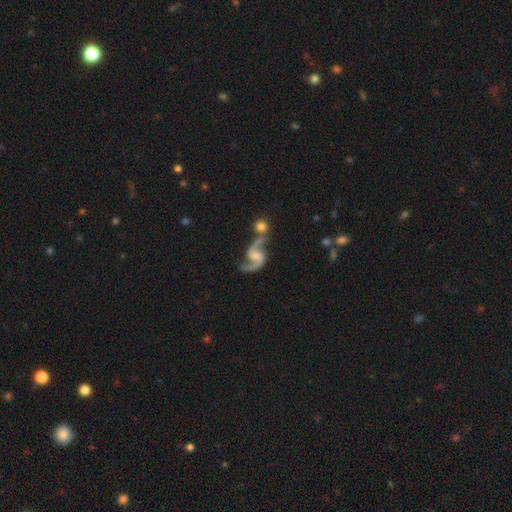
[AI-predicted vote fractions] smooth-or-featured: featured or disk: 91% | smooth: 5% | star or artifact: 4%
  disk-edge-on: no: 98% | yes: 2%
    bar: weak: 45% | no: 40% | strong: 15%
    has-spiral-arms: yes: 97% | no: 3%
      spiral-winding: loose: 60% | medium: 34% | tight: 6%
      spiral-arm-count: 2: 93% | 1: 2% | can't tell: 1% | 3: 1% | 4: 1% | more than 4: 1%
    bulge-size: none: 38% | small: 27% | moderate: 25% | large: 8% | dominant: 2%
  merging: none: 48% | merger: 28% | minor disturbance: 15% | major disturbance: 9%